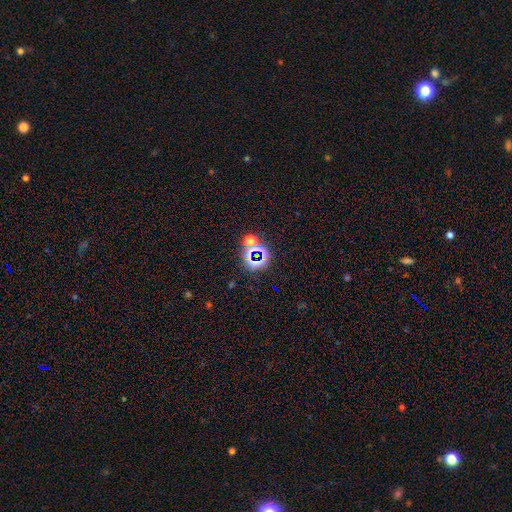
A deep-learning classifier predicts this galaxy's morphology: Overall: star or artifact (67%).